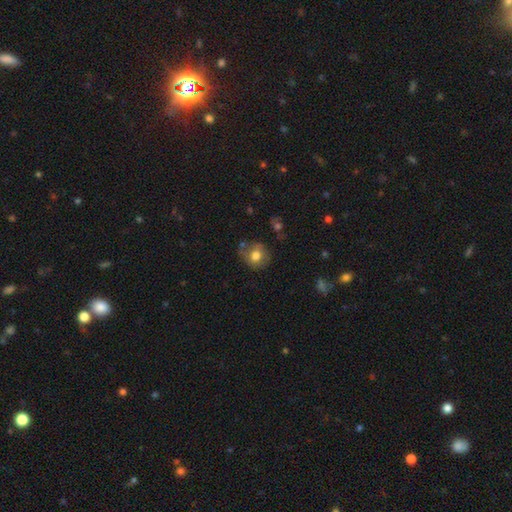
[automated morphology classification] Smooth or featured? smooth (74%)
How rounded? round (79%)
Merging? none (71%)